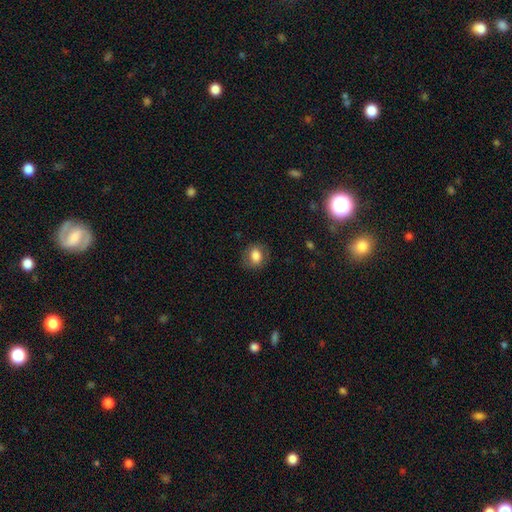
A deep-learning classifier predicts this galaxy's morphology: Smooth or featured: smooth — 78% (featured or disk — 14%)
How rounded: in between — 50% (round — 49%)
Merging: none — 80% (minor disturbance — 13%)